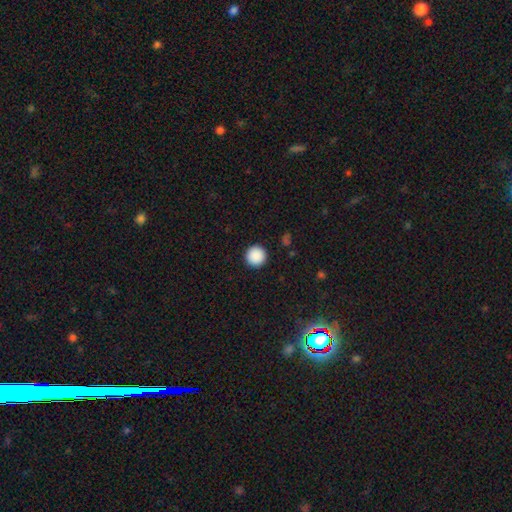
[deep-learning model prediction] Smooth or featured? Predicted: smooth (p=0.90). How rounded? Predicted: round (p=0.96). Merging? Predicted: none (p=0.93).